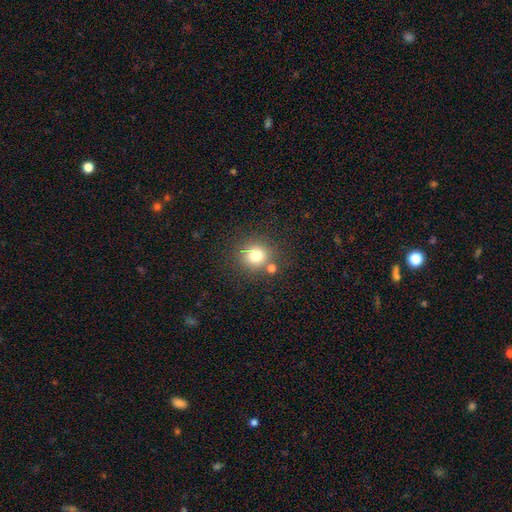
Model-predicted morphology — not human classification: smooth_or_featured: smooth (p=0.76) [alt: star or artifact p=0.14]
how_rounded: round (p=0.88) [alt: in between p=0.11]
merging: none (p=0.75) [alt: merger p=0.11]